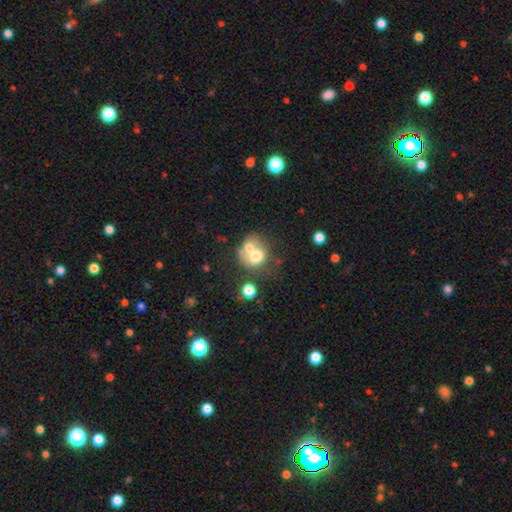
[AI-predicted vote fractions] This is likely a smooth galaxy (63%). How rounded: likely round (63%). Merging: possibly merger (58%).